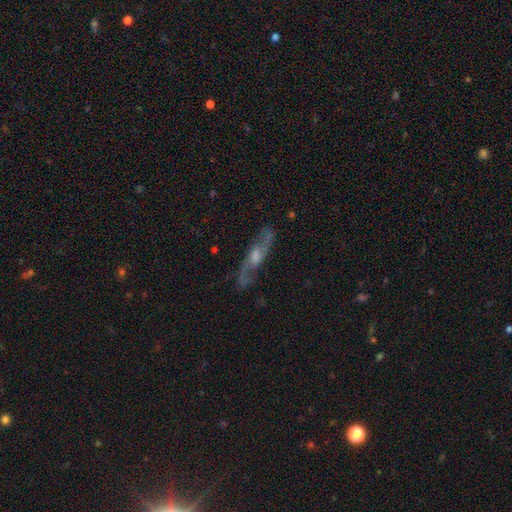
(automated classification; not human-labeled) Smooth or featured? featured or disk (84%)
Edge-on disk? no (75%)
Bar? no (50%)
Spiral arms? yes (95%)
Spiral winding? medium (45%)
Spiral arm count? 2 (91%)
Bulge size? moderate (56%)
Merging? none (82%)